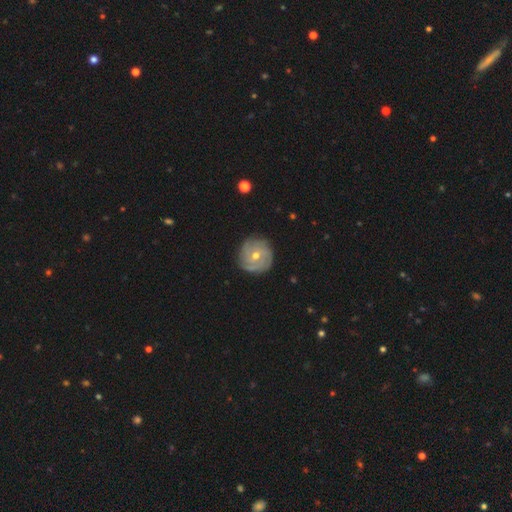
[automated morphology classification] smooth_or_featured: featured or disk (p=0.74) [alt: smooth p=0.19]
disk_edge_on: no (p=0.97) [alt: yes p=0.03]
bar: no (p=0.69) [alt: weak p=0.25]
has_spiral_arms: yes (p=0.90) [alt: no p=0.10]
spiral_winding: tight (p=0.66) [alt: medium p=0.26]
spiral_arm_count: 3 (p=0.33) [alt: can't tell p=0.28]
bulge_size: moderate (p=0.57) [alt: small p=0.40]
merging: none (p=0.83) [alt: minor disturbance p=0.12]